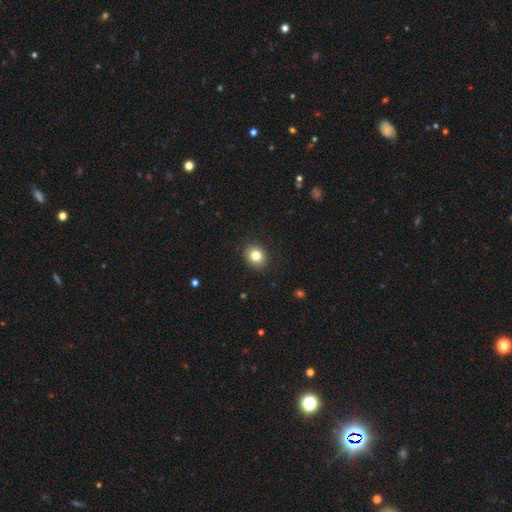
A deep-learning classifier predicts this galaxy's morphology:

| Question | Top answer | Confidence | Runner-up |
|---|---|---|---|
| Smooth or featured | smooth | 83% | star or artifact (10%) |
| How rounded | round | 65% | in between (34%) |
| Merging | none | 89% | minor disturbance (8%) |